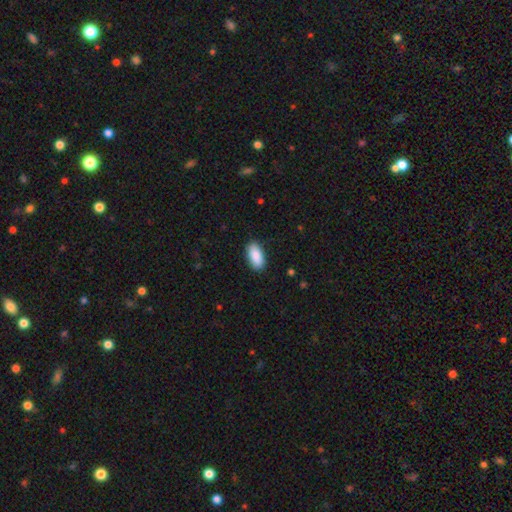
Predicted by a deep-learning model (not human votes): smooth_or_featured: smooth (p=0.89) [alt: star or artifact p=0.06]
how_rounded: in between (p=0.92) [alt: cigar-shaped p=0.06]
merging: none (p=0.88) [alt: minor disturbance p=0.09]